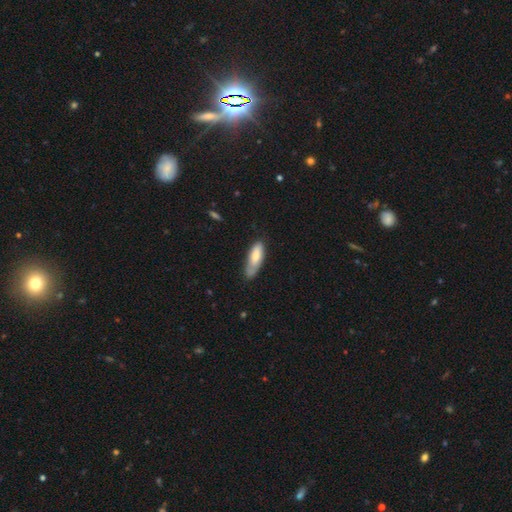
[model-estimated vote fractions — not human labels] Q: Smooth or featured?
A: smooth (74%); runner-up: featured or disk (20%)
Q: How rounded?
A: in between (62%); runner-up: cigar-shaped (36%)
Q: Merging?
A: none (54%); runner-up: minor disturbance (34%)